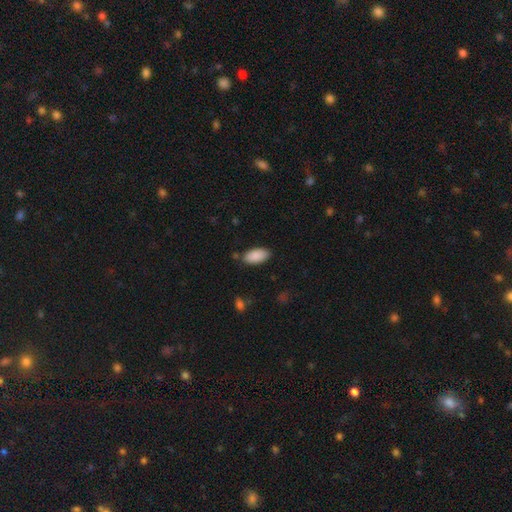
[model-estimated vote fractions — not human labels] Q: Smooth or featured?
A: smooth (90%); runner-up: star or artifact (6%)
Q: How rounded?
A: in between (94%); runner-up: cigar-shaped (4%)
Q: Merging?
A: none (82%); runner-up: minor disturbance (12%)